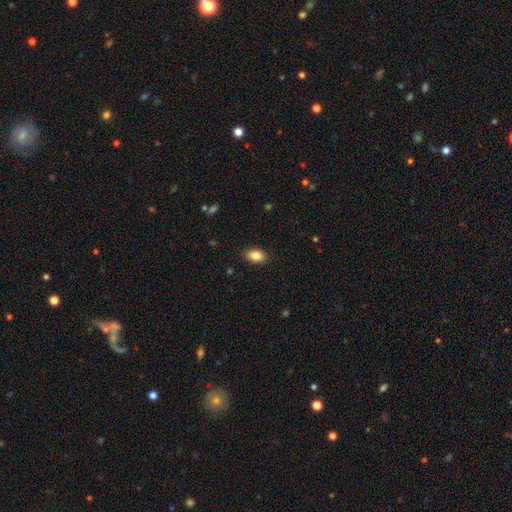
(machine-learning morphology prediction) This appears to be a smooth galaxy with no disk features (85%) that is in between round and cigar-shaped (83%). Merging: none (87%).